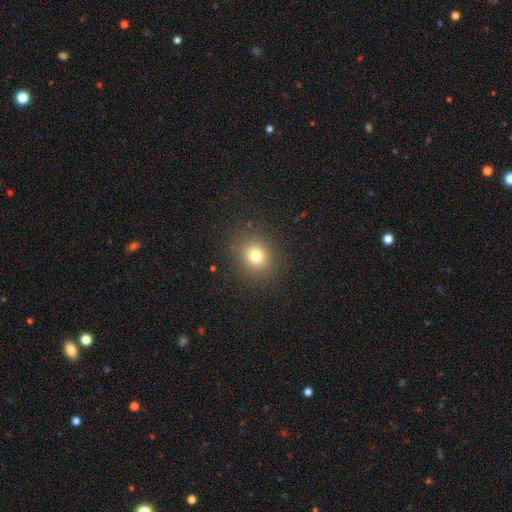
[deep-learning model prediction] The model was most divided on "how rounded": round: 75%, in between: 25%, cigar-shaped: 1%. More confident: merging — none (87%); smooth or featured — smooth (76%).